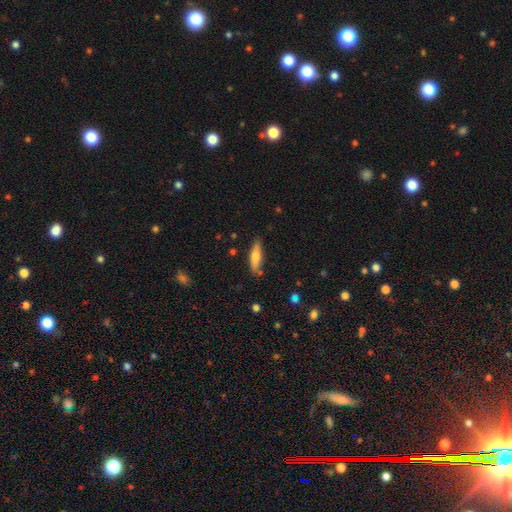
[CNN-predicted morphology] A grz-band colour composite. It shows a smooth galaxy with no disk features (62%) that is cigar-shaped (66%). Merging: none (82%).